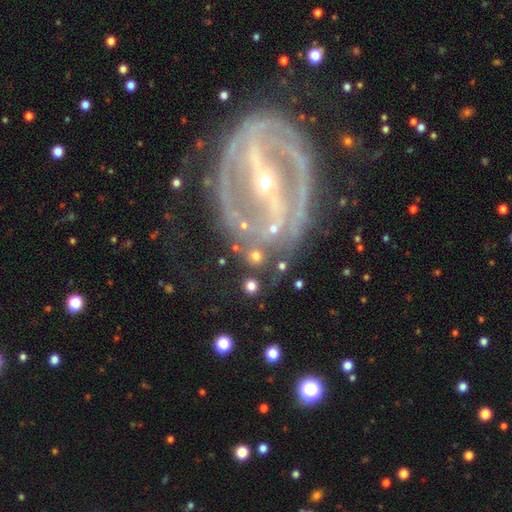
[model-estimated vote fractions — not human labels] Morphology: type=smooth (62%); roundness=round (85%); merging=none (75%).